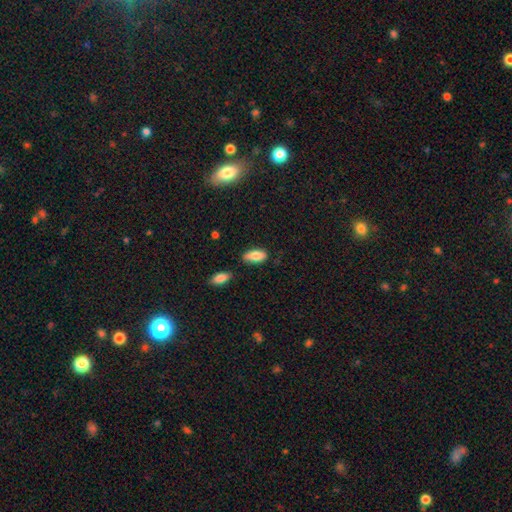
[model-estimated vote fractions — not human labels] smooth_or_featured: smooth (p=0.81) [alt: featured or disk p=0.11]
how_rounded: in between (p=0.90) [alt: cigar-shaped p=0.08]
merging: none (p=0.73) [alt: minor disturbance p=0.20]